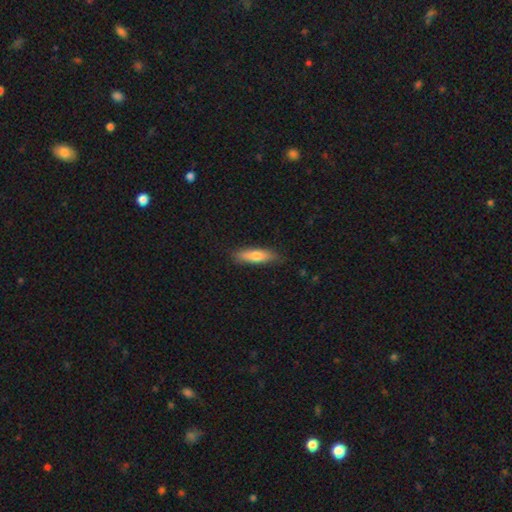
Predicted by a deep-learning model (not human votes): A smooth galaxy with no disk features (72%) that is cigar-shaped (66%).

Vote fractions:
- Smooth or featured? smooth: 72% / featured or disk: 22% / star or artifact: 6%
- How rounded? cigar-shaped: 66% / in between: 32% / round: 2%
- Merging? none: 83% / minor disturbance: 14% / major disturbance: 2% / merger: 1%